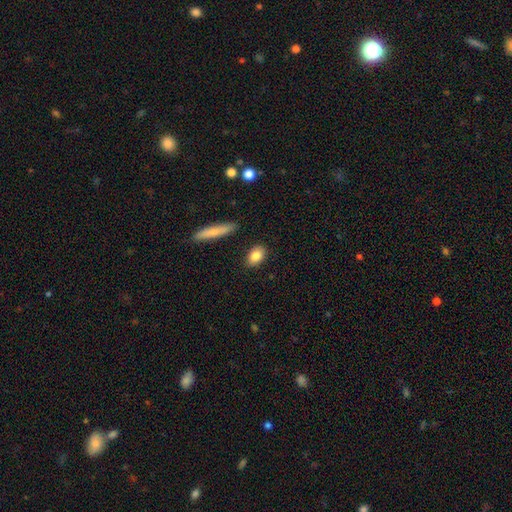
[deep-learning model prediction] Q: Smooth or featured?
A: smooth (83%); runner-up: featured or disk (9%)
Q: How rounded?
A: in between (82%); runner-up: round (13%)
Q: Merging?
A: none (87%); runner-up: minor disturbance (9%)